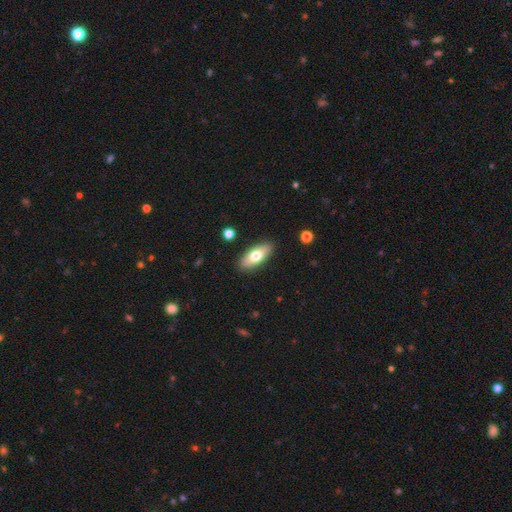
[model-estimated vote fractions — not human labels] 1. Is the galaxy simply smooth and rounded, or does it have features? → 70% smooth, 24% featured or disk, 6% star or artifact.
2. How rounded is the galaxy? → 79% in between, 18% cigar-shaped, 3% round.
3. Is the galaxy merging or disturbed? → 89% none, 8% minor disturbance, 2% major disturbance, 1% merger.